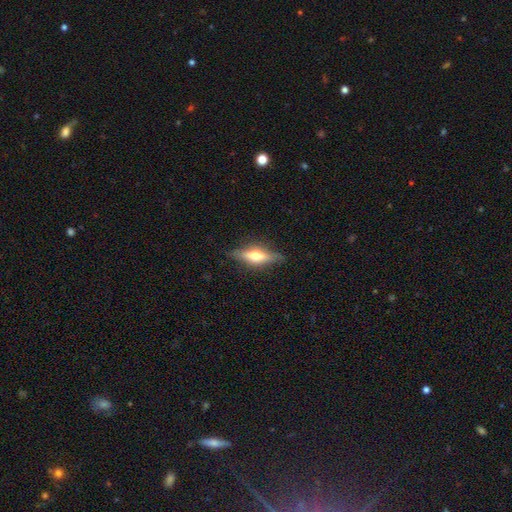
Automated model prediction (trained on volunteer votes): A featured or disk galaxy (51%) viewed edge-on (92%).

Vote fractions:
- Smooth or featured? featured or disk: 51% / smooth: 42% / star or artifact: 7%
- Edge-on disk? yes: 92% / no: 8%
- Merging? none: 81% / minor disturbance: 14% / major disturbance: 3% / merger: 1%